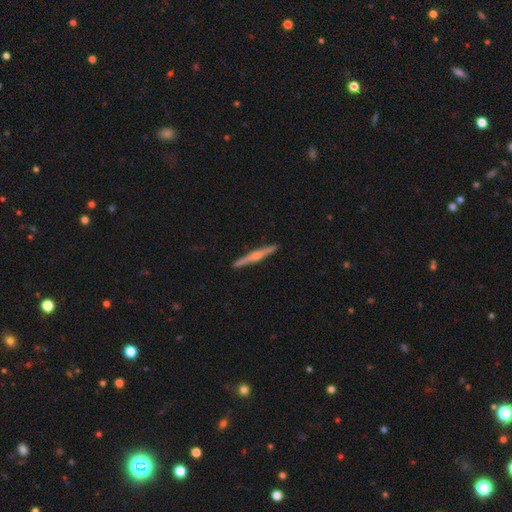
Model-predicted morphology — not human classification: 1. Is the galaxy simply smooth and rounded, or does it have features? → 72% featured or disk, 22% smooth, 5% star or artifact.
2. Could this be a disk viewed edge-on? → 98% yes, 2% no.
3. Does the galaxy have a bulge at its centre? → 78% rounded, 11% boxy, 11% none.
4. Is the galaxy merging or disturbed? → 92% none, 5% minor disturbance, 1% major disturbance, 1% merger.